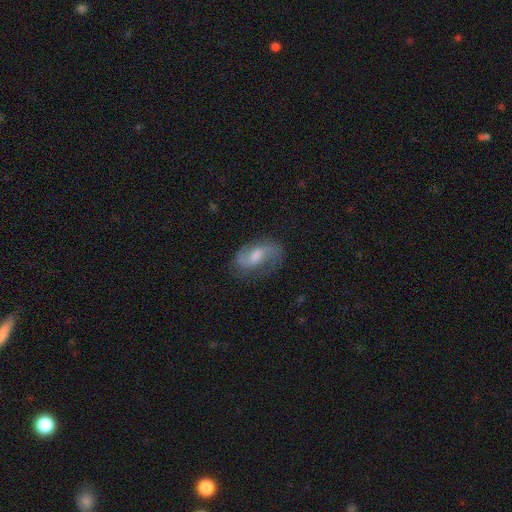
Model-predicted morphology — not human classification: A featured or disk galaxy (77%) with a weak bar (54%), 2 (87%) loose (45%) spiral arms (94%) and a moderate central bulge (46%).

Vote fractions:
- Smooth or featured? featured or disk: 77% / smooth: 16% / star or artifact: 7%
- Edge-on disk? no: 96% / yes: 4%
- Bar? weak: 54% / no: 29% / strong: 18%
- Spiral arms? yes: 94% / no: 6%
- Spiral winding? loose: 45% / medium: 42% / tight: 12%
- Spiral arm count? 2: 87% / can't tell: 5% / 1: 5% / 3: 1% / 4: 1% / more than 4: 1%
- Bulge size? moderate: 46% / small: 27% / none: 13% / large: 12% / dominant: 2%
- Merging? none: 72% / minor disturbance: 18% / major disturbance: 8% / merger: 1%